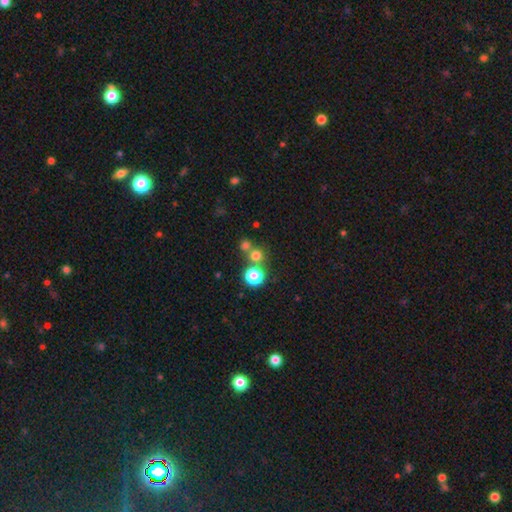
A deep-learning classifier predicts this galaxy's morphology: Overall: smooth (70%). How rounded: round (90%). Merging: none (62%; merger 28%).